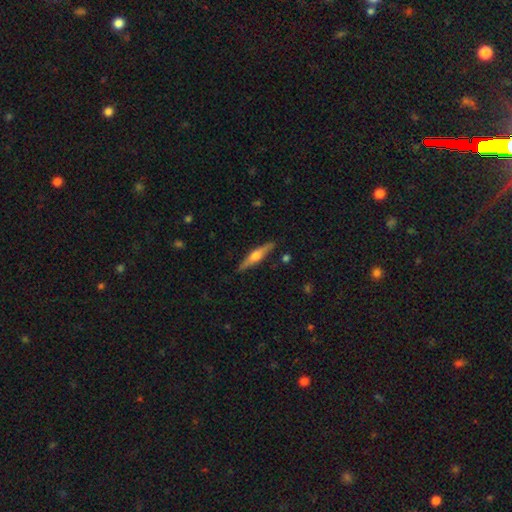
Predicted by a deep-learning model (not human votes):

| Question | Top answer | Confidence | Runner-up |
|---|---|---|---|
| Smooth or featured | featured or disk | 66% | smooth (29%) |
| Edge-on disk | yes | 97% | no (3%) |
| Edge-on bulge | rounded | 90% | boxy (7%) |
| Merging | none | 89% | minor disturbance (8%) |